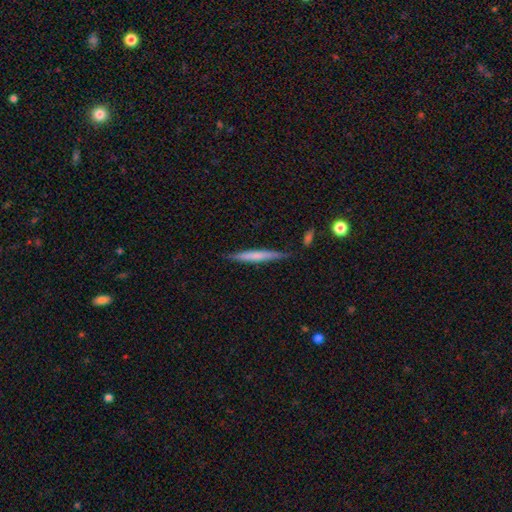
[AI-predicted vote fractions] The model was most divided on "smooth or featured": smooth: 58%, featured or disk: 36%, star or artifact: 6%. More confident: how rounded — cigar-shaped (96%); merging — none (83%).